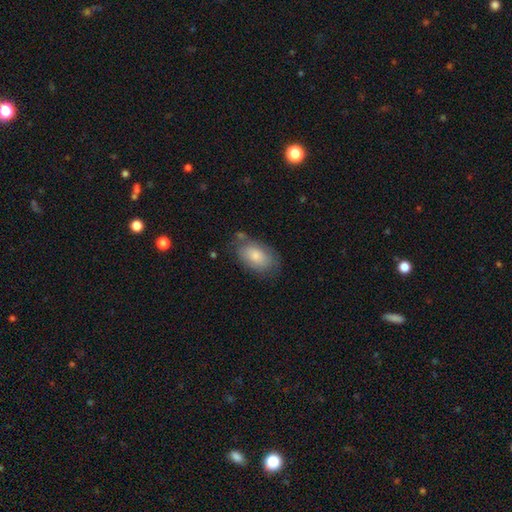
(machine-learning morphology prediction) Smooth or featured: smooth — 77% (featured or disk — 17%)
How rounded: in between — 92% (round — 6%)
Merging: none — 66% (minor disturbance — 23%)